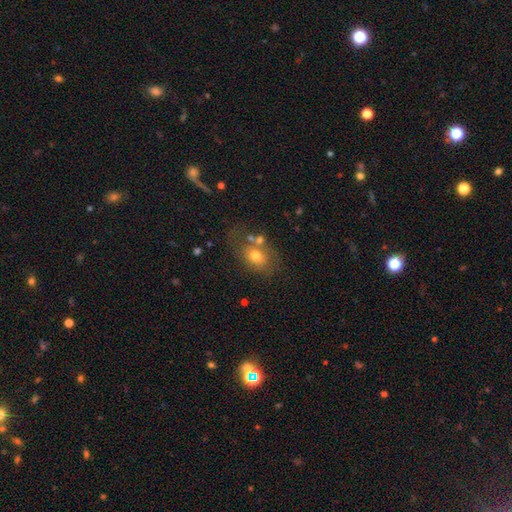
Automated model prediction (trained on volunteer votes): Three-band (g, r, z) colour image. It shows a smooth galaxy with no disk features (66%) that is in between round and cigar-shaped (62%). Merging: none (51%).